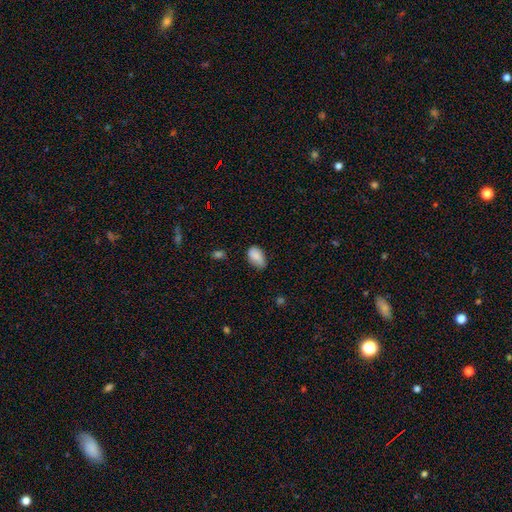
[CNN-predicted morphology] This appears to be a smooth galaxy with no disk features (84%) that is in between round and cigar-shaped (90%). Merging: none (57%).